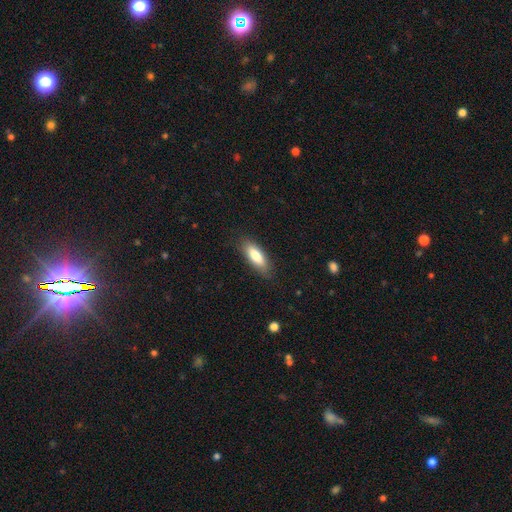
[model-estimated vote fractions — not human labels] smooth_or_featured: smooth (p=0.82) [alt: featured or disk p=0.12]
how_rounded: in between (p=0.62) [alt: cigar-shaped p=0.36]
merging: none (p=0.82) [alt: minor disturbance p=0.13]